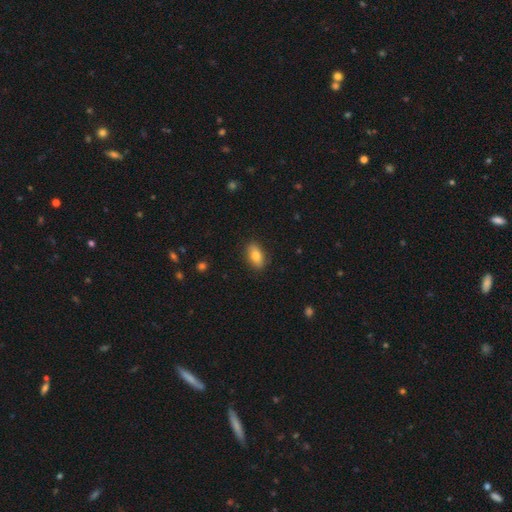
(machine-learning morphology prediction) type=smooth (77%); roundness=in between (87%); merging=none (87%).